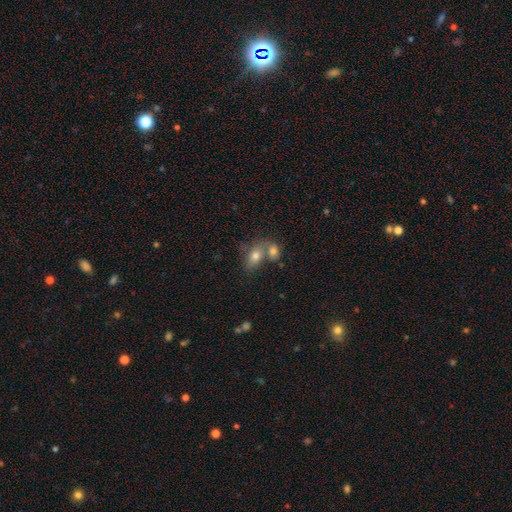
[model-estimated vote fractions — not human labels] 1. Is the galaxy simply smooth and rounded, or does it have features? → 74% smooth, 15% featured or disk, 11% star or artifact.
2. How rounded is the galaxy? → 73% in between, 25% round, 2% cigar-shaped.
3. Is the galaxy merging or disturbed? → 50% merger, 35% none, 10% minor disturbance, 5% major disturbance.